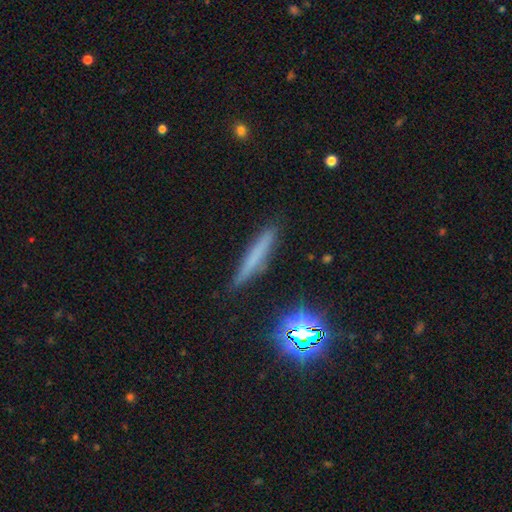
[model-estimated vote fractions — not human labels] Q: Smooth or featured?
A: smooth (59%); runner-up: featured or disk (27%)
Q: How rounded?
A: cigar-shaped (94%); runner-up: in between (4%)
Q: Merging?
A: none (87%); runner-up: minor disturbance (9%)